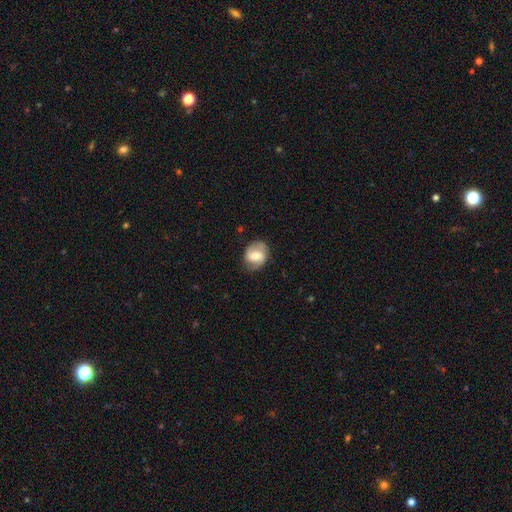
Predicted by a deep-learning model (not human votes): smooth-or-featured: featured or disk: 47% | smooth: 46% | star or artifact: 8%
  merging: none: 71% | minor disturbance: 21% | major disturbance: 7% | merger: 1%